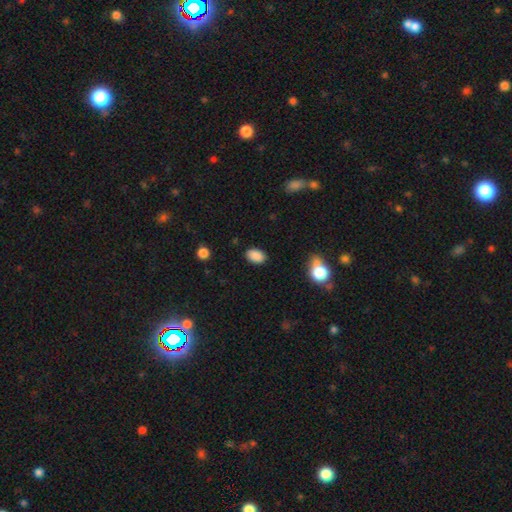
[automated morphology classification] A smooth galaxy with no disk features (88%) that is in between round and cigar-shaped (86%). Merging: none (86%).